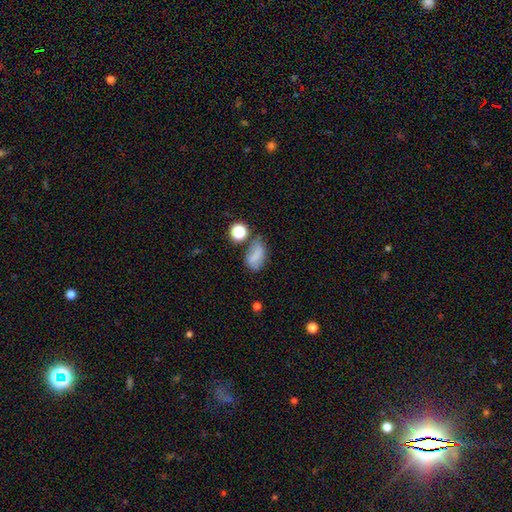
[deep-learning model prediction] smooth-or-featured: smooth: 64% | featured or disk: 22% | star or artifact: 14%
  how-rounded: in between: 80% | round: 17% | cigar-shaped: 3%
  merging: none: 48% | minor disturbance: 27% | major disturbance: 14% | merger: 12%